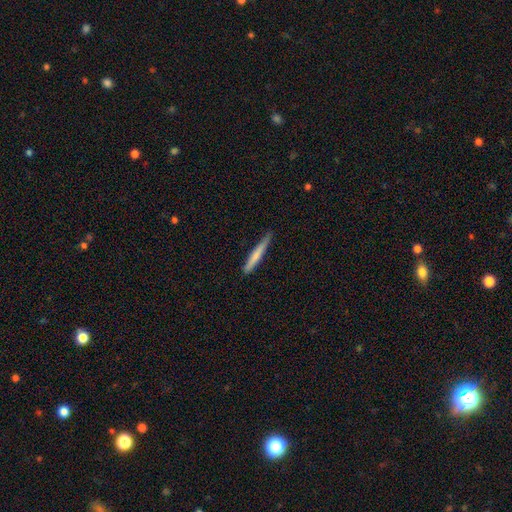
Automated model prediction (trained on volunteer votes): smooth_or_featured: smooth (p=0.68) [alt: featured or disk p=0.26]
how_rounded: cigar-shaped (p=0.95) [alt: in between p=0.03]
merging: none (p=0.80) [alt: minor disturbance p=0.17]